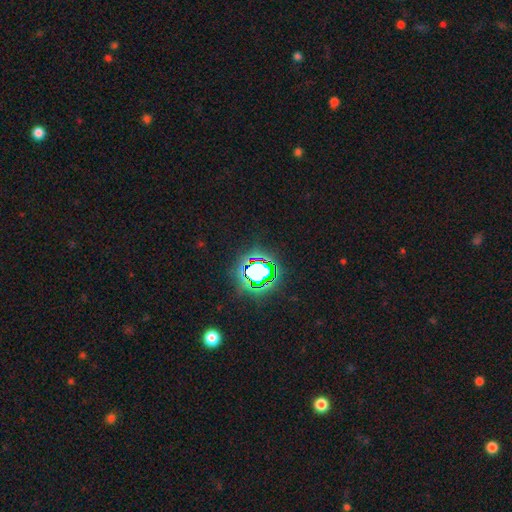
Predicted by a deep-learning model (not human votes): This is likely a star or artifact rather than a galaxy (80%).